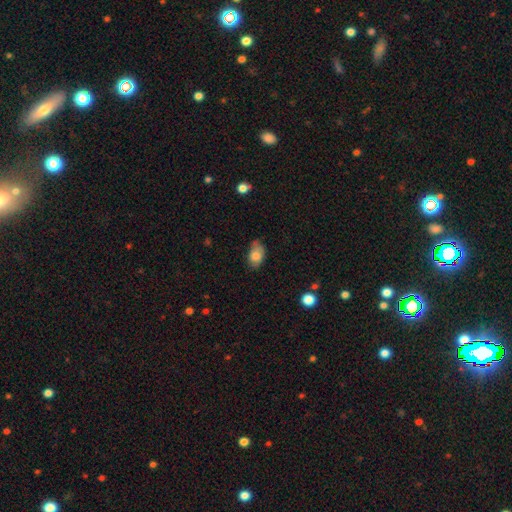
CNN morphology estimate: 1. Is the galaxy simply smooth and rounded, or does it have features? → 76% smooth, 16% featured or disk, 8% star or artifact.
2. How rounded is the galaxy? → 87% in between, 11% round, 2% cigar-shaped.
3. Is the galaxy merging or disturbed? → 53% none, 35% minor disturbance, 9% major disturbance, 3% merger.